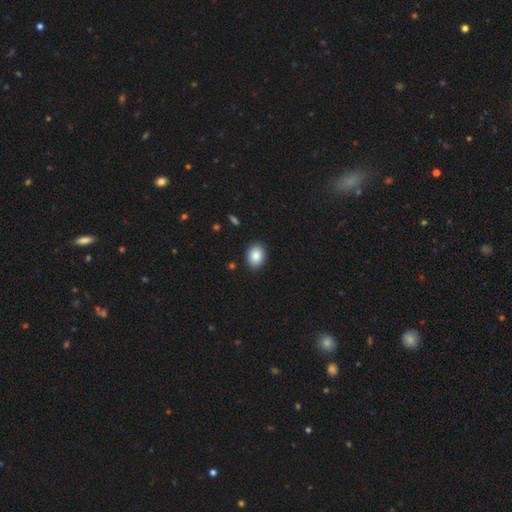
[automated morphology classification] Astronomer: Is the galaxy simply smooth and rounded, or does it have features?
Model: smooth — 87%.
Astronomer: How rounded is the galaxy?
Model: in between — 68%.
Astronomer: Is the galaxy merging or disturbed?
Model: none — 90%.